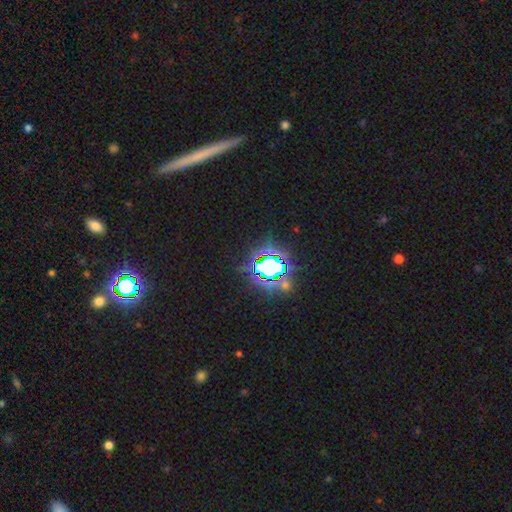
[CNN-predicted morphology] This is likely a star or artifact rather than a galaxy (72%).